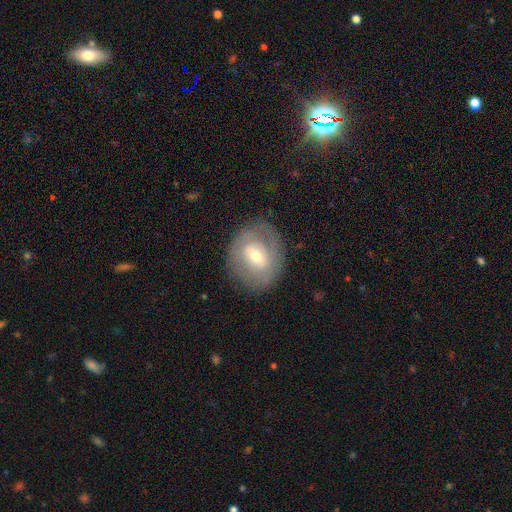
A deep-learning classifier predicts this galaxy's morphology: Overall: featured or disk (50%; smooth 42%). Merging: none (78%).